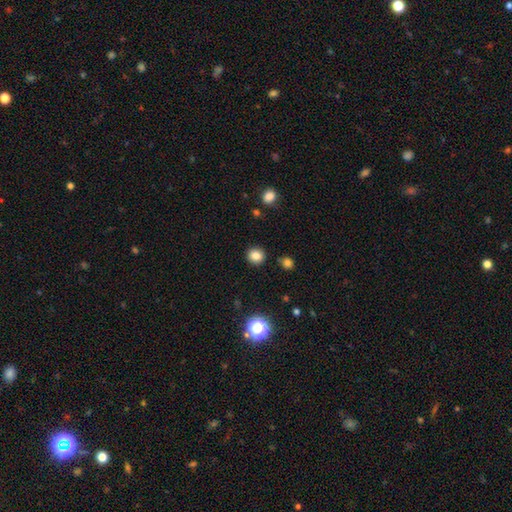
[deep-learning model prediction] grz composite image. It shows a smooth galaxy with no disk features (83%) that is round (86%). Merging: none (89%).